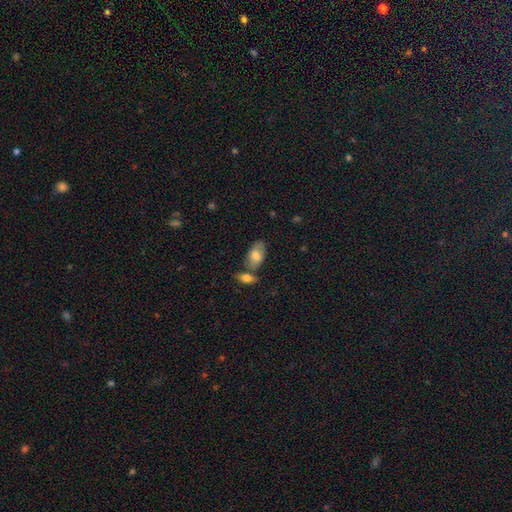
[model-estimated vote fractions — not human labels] Morphology: type=smooth (74%); roundness=in between (92%); merging=none (56%).